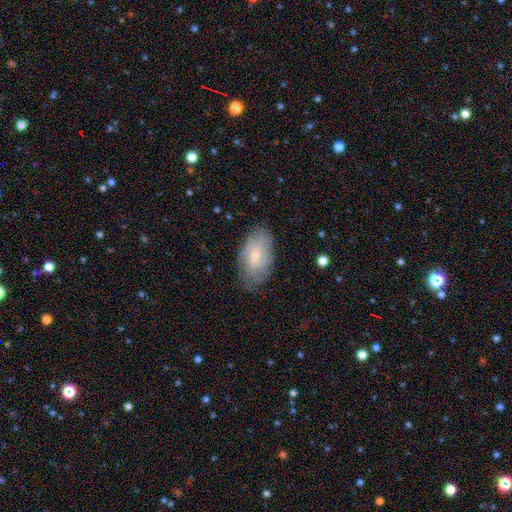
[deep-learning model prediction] A smooth galaxy with no disk features (53%) that is in between round and cigar-shaped (93%). Merging: none (72%).